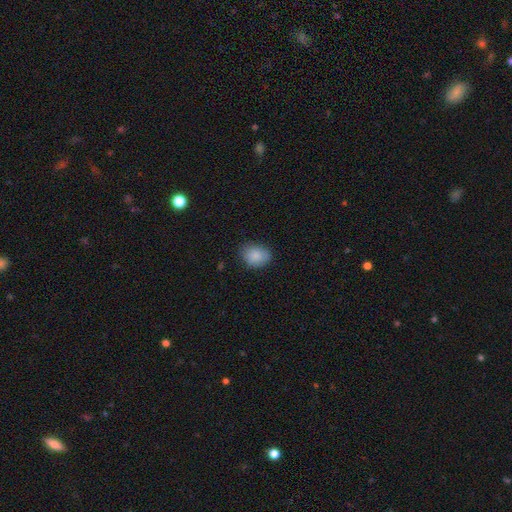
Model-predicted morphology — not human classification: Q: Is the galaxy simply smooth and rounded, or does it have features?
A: smooth — 86%.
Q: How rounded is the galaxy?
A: in between — 57%.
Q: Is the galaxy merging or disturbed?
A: none — 78%.